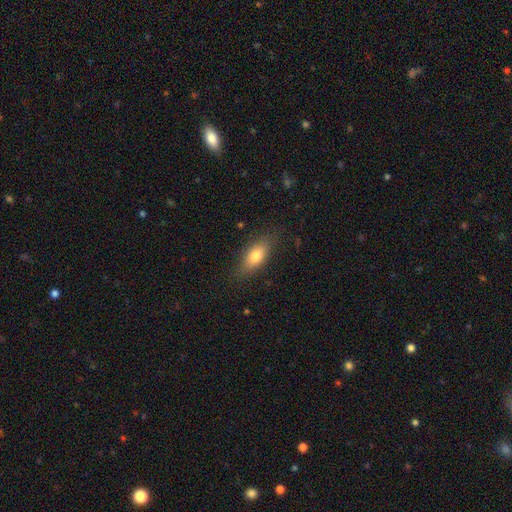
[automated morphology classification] The model was most divided on "smooth or featured": smooth: 74%, featured or disk: 18%, star or artifact: 8%. More confident: merging — none (80%); how rounded — in between (80%).